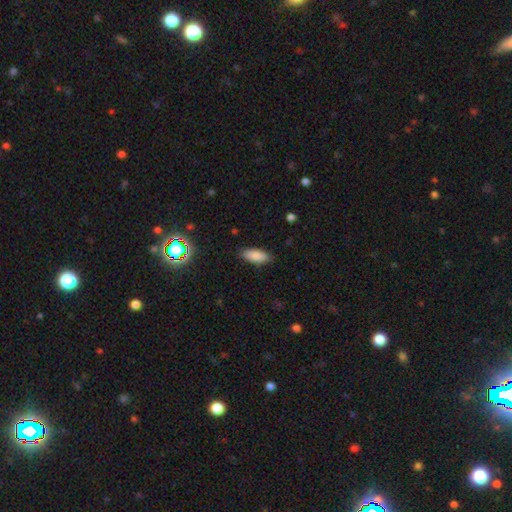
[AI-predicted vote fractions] This is clearly a smooth galaxy (85%). How rounded: likely in between (79%). Merging: clearly none (86%).